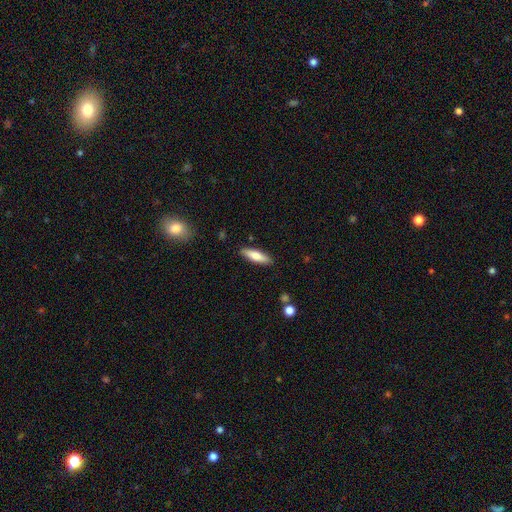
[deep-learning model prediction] This is likely a smooth galaxy (70%). How rounded: likely cigar-shaped (63%). Merging: clearly none (88%).